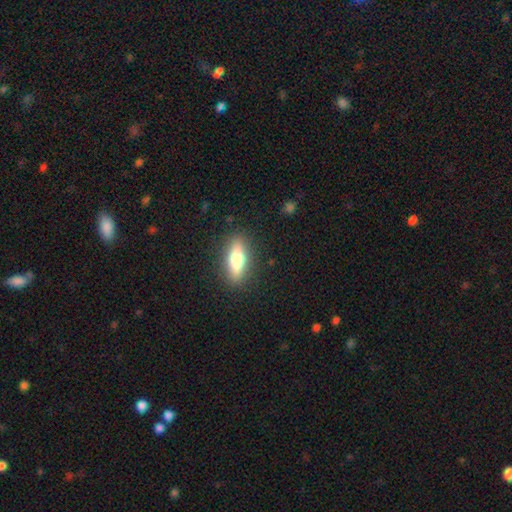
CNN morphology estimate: This appears to be a smooth galaxy with no disk features (61%) that is in between round and cigar-shaped (71%). Merging: none (89%).